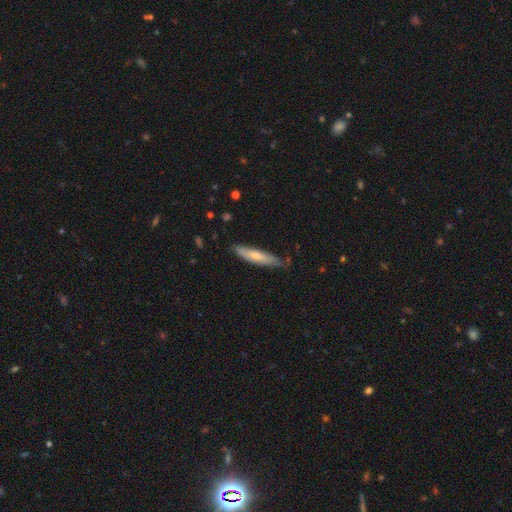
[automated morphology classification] Q: Smooth or featured?
A: smooth (61%); runner-up: featured or disk (33%)
Q: How rounded?
A: cigar-shaped (81%); runner-up: in between (18%)
Q: Merging?
A: none (74%); runner-up: minor disturbance (21%)